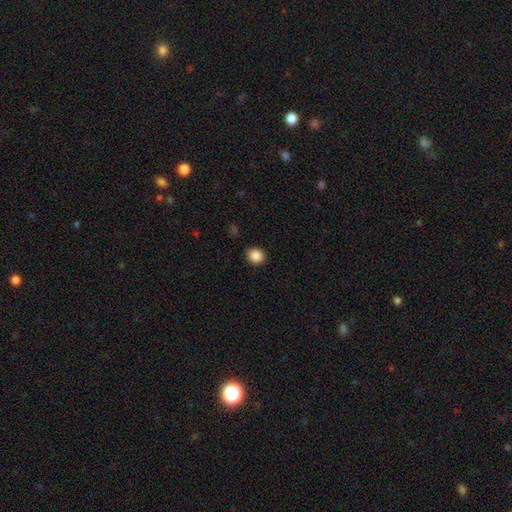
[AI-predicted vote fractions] The model was most divided on "how rounded": round: 77%, in between: 22%, cigar-shaped: 1%. More confident: merging — none (90%); smooth or featured — smooth (87%).